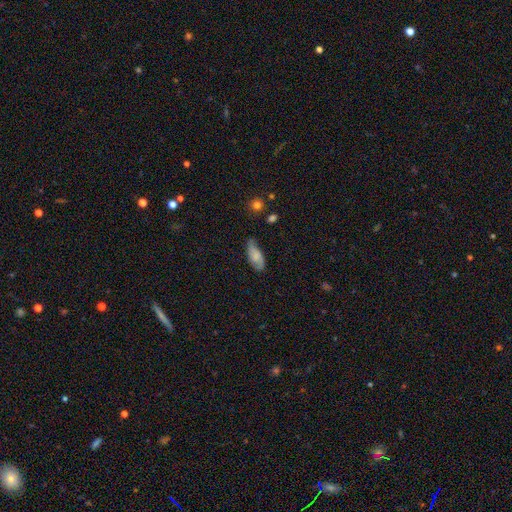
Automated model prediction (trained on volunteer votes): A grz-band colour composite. It shows a smooth galaxy with no disk features (57%) that is in between round and cigar-shaped (83%). Merging: none (60%).